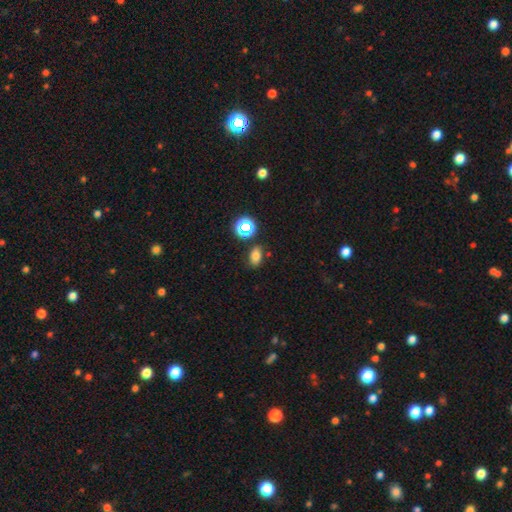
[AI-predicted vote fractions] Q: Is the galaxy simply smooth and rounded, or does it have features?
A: smooth — 70%.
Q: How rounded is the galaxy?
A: in between — 81%.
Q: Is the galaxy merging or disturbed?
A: none — 76%.